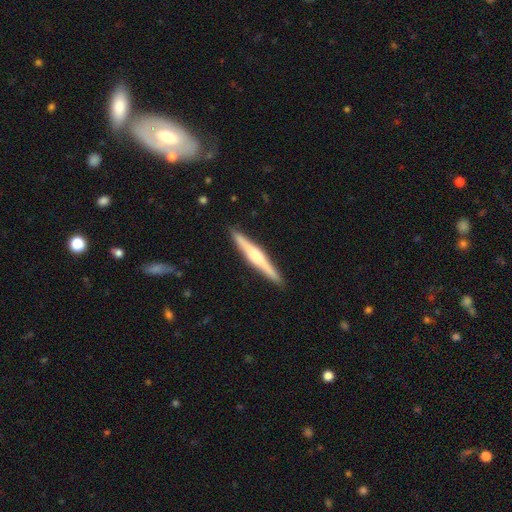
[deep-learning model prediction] Smooth or featured? Predicted: featured or disk (p=0.63). Edge-on disk? Predicted: yes (p=0.98). Edge-on bulge? Predicted: rounded (p=0.62). Merging? Predicted: none (p=0.91).